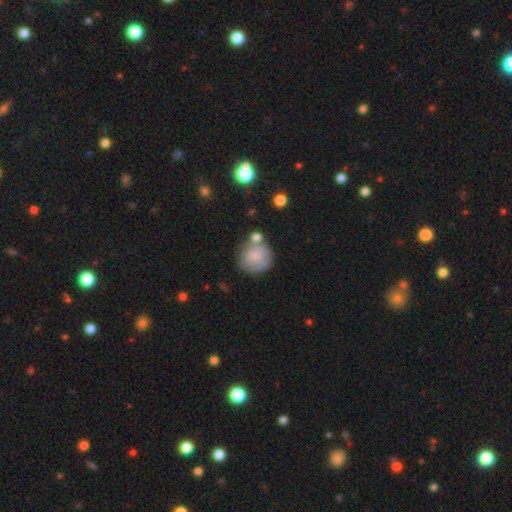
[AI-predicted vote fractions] This is likely a smooth galaxy (72%). How rounded: clearly round (86%). Merging: possibly none (53%).